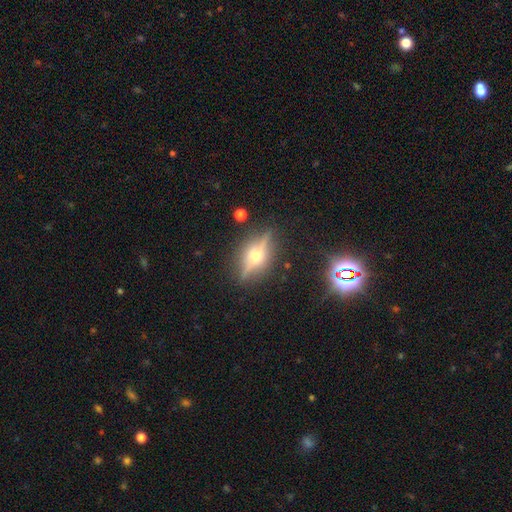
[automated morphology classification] A featured or disk galaxy (77%) viewed edge-on (93%) with a rounded central bulge (94%). Merging: none (85%).